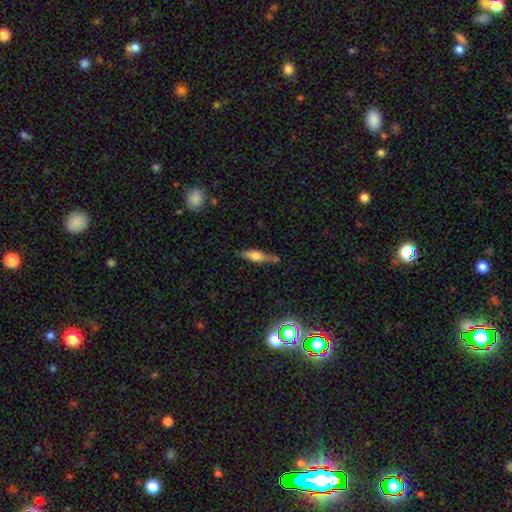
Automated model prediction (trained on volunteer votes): This appears to be a featured or disk galaxy (49%). Merging: none (68%).